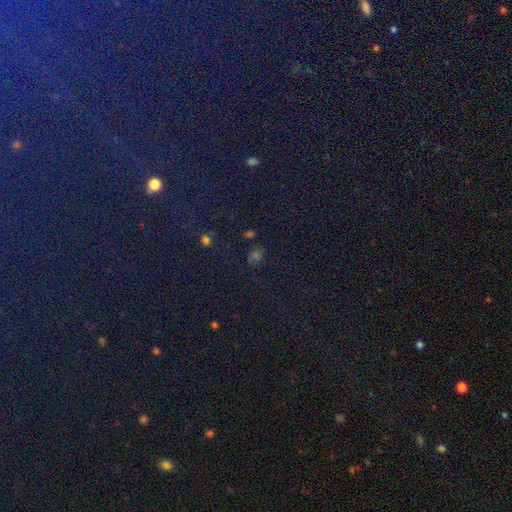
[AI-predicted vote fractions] Smooth or featured?
  - star or artifact: 51% *
  - smooth: 40%
  - featured or disk: 9%